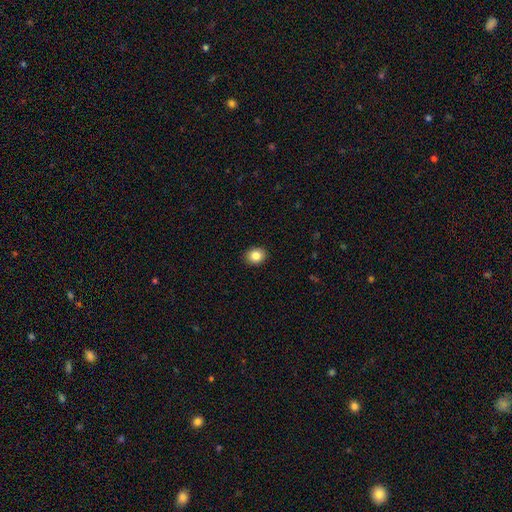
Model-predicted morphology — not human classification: Q: Smooth or featured?
A: smooth (85%); runner-up: star or artifact (9%)
Q: How rounded?
A: round (63%); runner-up: in between (36%)
Q: Merging?
A: none (91%); runner-up: minor disturbance (6%)